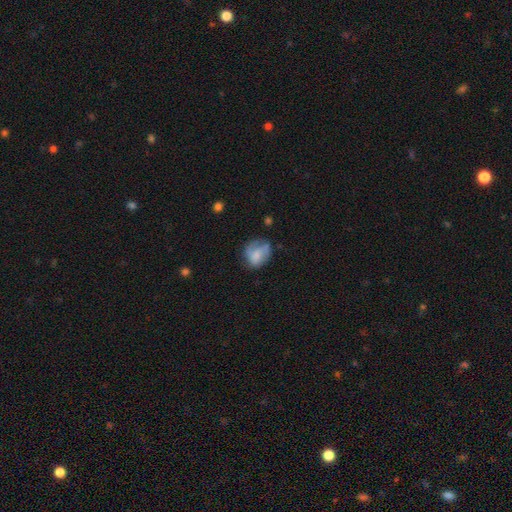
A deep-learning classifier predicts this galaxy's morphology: smooth-or-featured: smooth: 64% | featured or disk: 27% | star or artifact: 9%
  how-rounded: round: 56% | in between: 43% | cigar-shaped: 1%
  merging: none: 46% | minor disturbance: 30% | major disturbance: 21% | merger: 4%